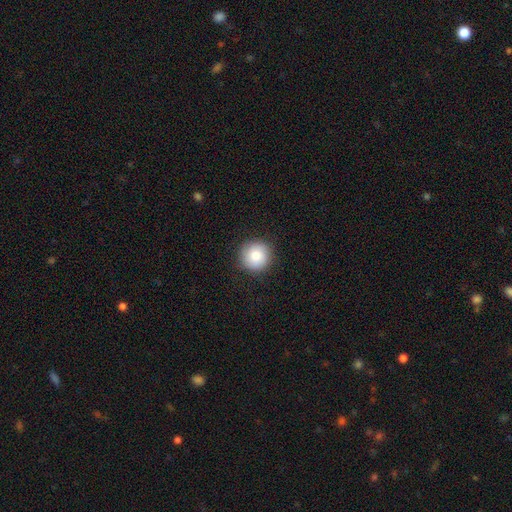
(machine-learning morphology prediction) A smooth galaxy with no disk features (83%) that is round (95%). Merging: none (89%).